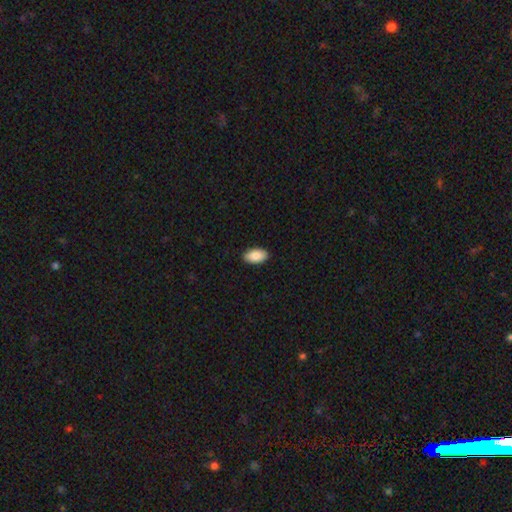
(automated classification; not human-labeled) Overall: smooth (88%). How rounded: in between (95%). Merging: none (90%).